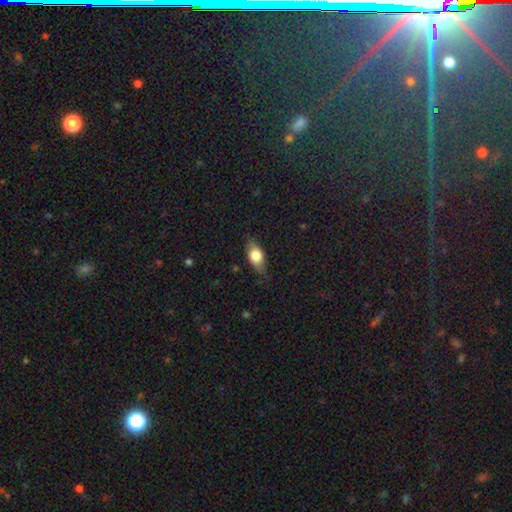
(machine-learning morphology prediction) type=smooth (71%); roundness=in between (83%); merging=none (78%).